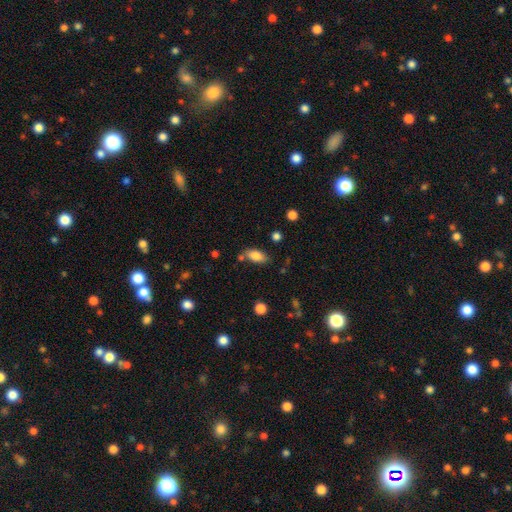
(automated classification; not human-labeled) smooth-or-featured: smooth: 83% | featured or disk: 9% | star or artifact: 8%
  how-rounded: in between: 89% | cigar-shaped: 7% | round: 4%
  merging: none: 73% | minor disturbance: 15% | merger: 7% | major disturbance: 4%